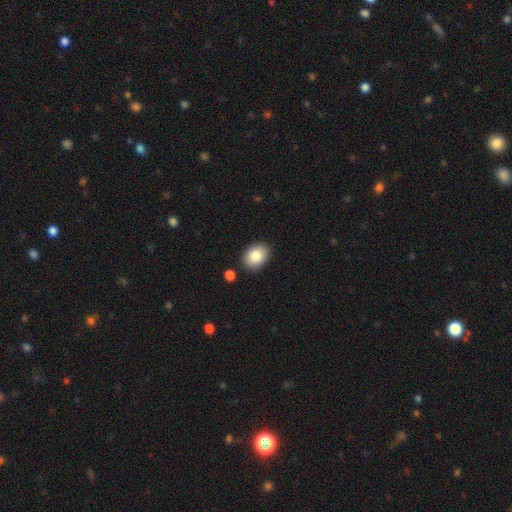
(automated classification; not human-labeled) Overall: smooth (86%). How rounded: in between (78%). Merging: none (86%).